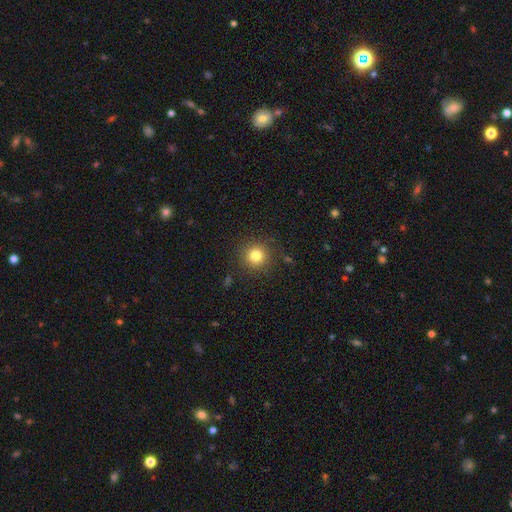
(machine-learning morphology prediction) type=smooth (81%); roundness=round (94%); merging=none (89%).